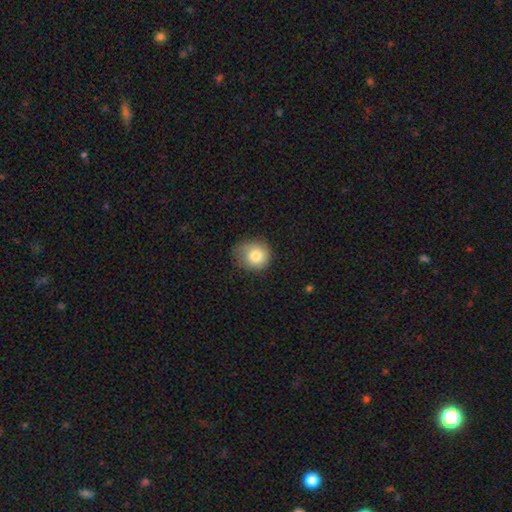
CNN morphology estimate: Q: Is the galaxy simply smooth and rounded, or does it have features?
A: smooth — 80%.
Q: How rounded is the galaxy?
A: round — 81%.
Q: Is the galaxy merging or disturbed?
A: none — 61%.